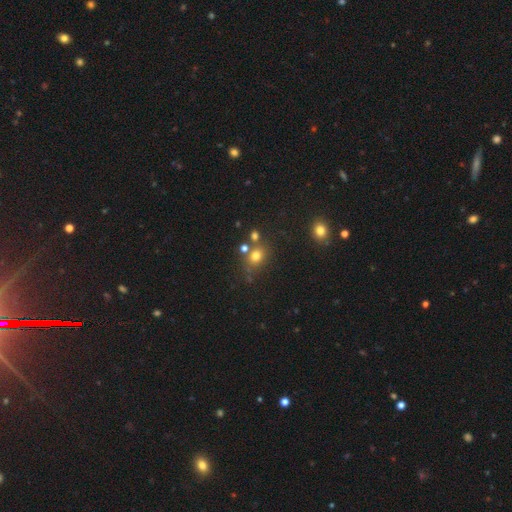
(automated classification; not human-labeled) Smooth or featured? smooth (73%)
How rounded? round (68%)
Merging? none (64%)